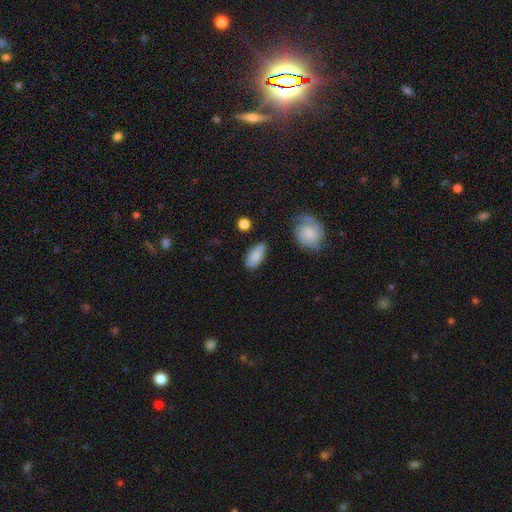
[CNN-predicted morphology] smooth_or_featured: smooth (p=0.75) [alt: featured or disk p=0.18]
how_rounded: in between (p=0.87) [alt: cigar-shaped p=0.09]
merging: none (p=0.66) [alt: minor disturbance p=0.24]